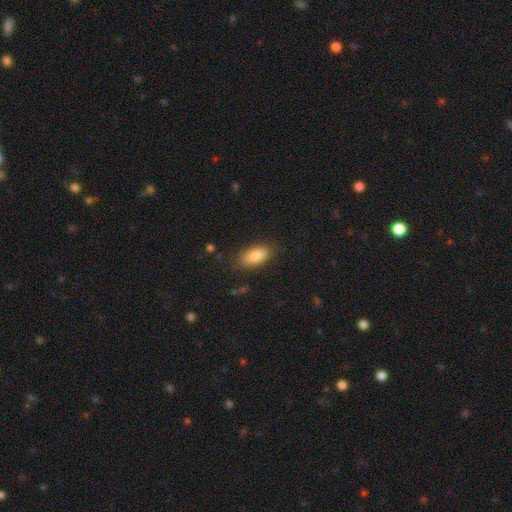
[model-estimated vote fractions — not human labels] smooth-or-featured: smooth: 84% | featured or disk: 9% | star or artifact: 7%
  how-rounded: in between: 89% | cigar-shaped: 7% | round: 3%
  merging: none: 82% | minor disturbance: 13% | major disturbance: 4% | merger: 1%